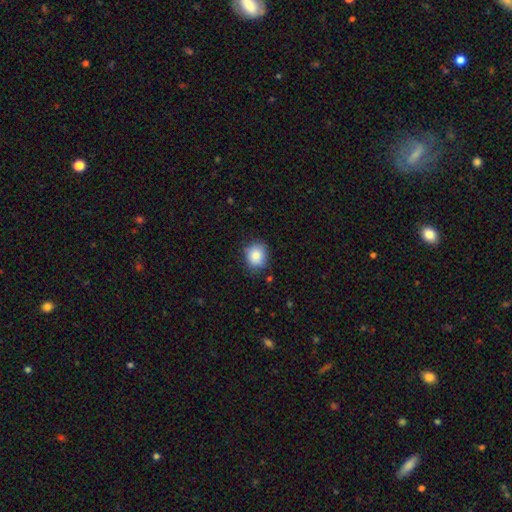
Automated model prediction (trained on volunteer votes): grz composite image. It shows a smooth galaxy with no disk features (86%) that is round (71%). Merging: none (75%).